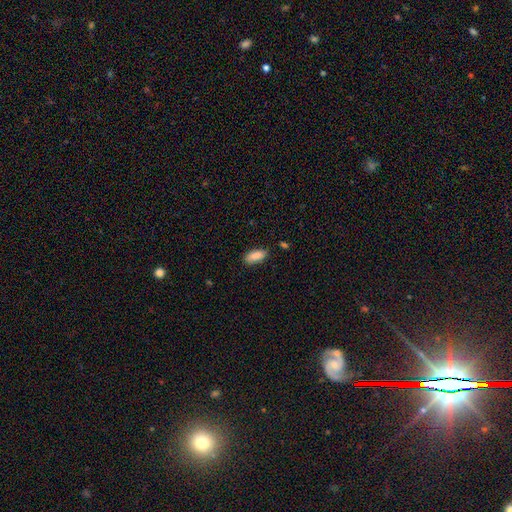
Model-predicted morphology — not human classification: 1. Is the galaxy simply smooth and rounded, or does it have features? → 88% smooth, 7% star or artifact, 6% featured or disk.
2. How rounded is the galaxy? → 84% in between, 15% cigar-shaped, 2% round.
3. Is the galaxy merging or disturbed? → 83% none, 13% minor disturbance, 3% major disturbance, 2% merger.